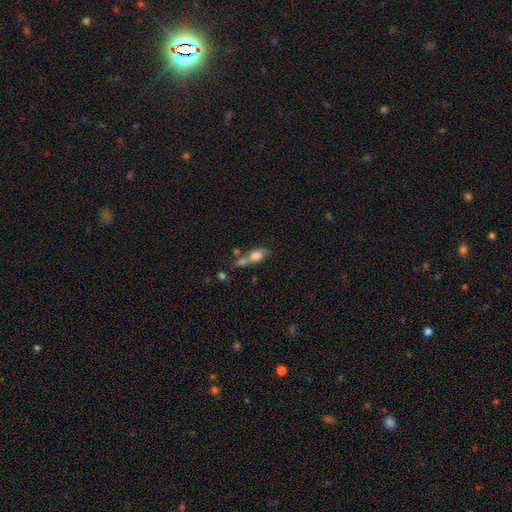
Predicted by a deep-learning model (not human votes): This appears to be a smooth galaxy with no disk features (67%) that is in between round and cigar-shaped (70%). Merging: merger (47%).